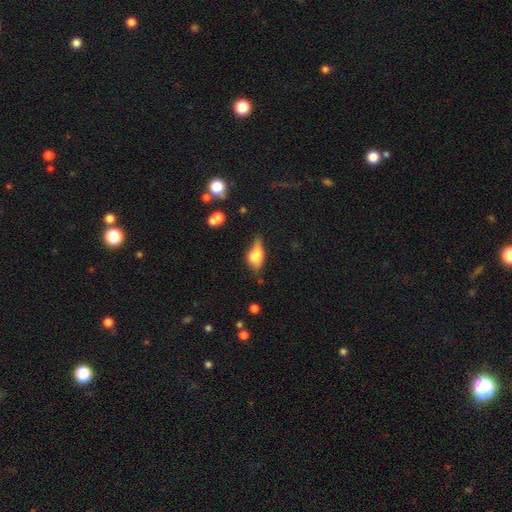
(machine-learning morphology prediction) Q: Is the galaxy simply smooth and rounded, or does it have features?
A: smooth — 58%.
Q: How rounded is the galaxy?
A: in between — 77%.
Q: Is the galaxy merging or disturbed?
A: none — 40%.